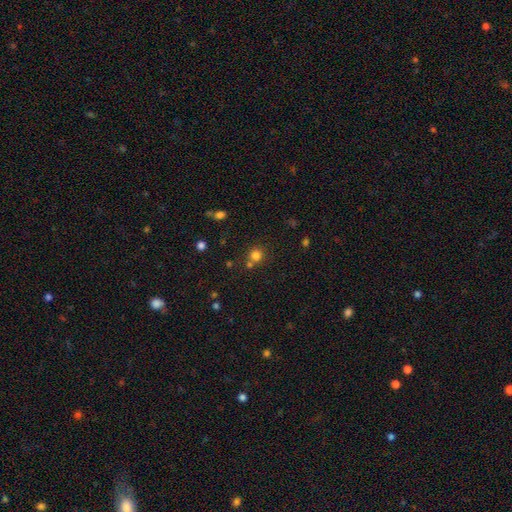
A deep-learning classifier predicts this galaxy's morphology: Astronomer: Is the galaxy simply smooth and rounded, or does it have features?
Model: smooth — 78%.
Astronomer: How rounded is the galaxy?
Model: round — 90%.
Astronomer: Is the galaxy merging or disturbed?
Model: none — 65%.